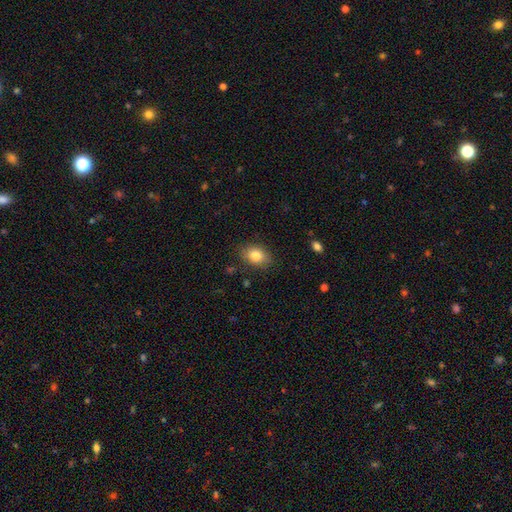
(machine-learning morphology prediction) Overall: smooth (83%). How rounded: in between (75%). Merging: none (84%).